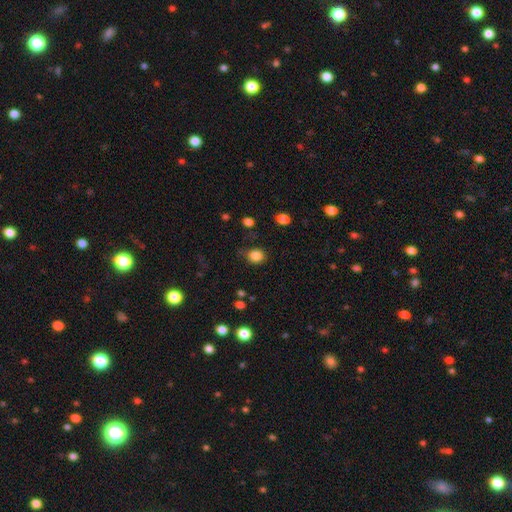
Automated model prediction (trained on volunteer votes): Smooth or featured?
  - smooth: 84% *
  - star or artifact: 11%
  - featured or disk: 5%
How rounded?
  - round: 69% *
  - in between: 30%
  - cigar-shaped: 1%
Merging?
  - none: 74% *
  - minor disturbance: 18%
  - major disturbance: 6%
  - merger: 2%